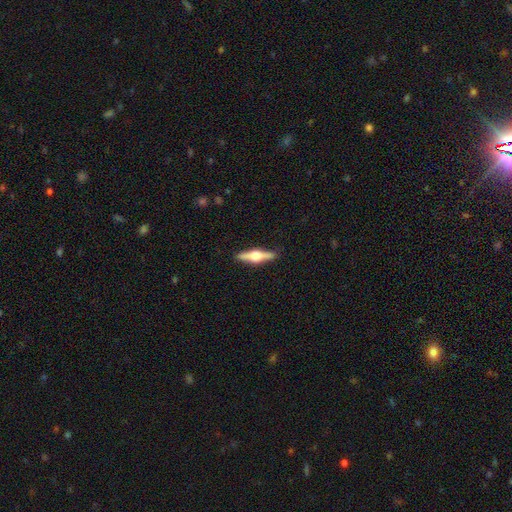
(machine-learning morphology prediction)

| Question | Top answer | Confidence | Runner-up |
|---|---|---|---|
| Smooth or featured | featured or disk | 71% | smooth (24%) |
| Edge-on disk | yes | 97% | no (3%) |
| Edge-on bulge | rounded | 94% | boxy (4%) |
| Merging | none | 90% | minor disturbance (7%) |